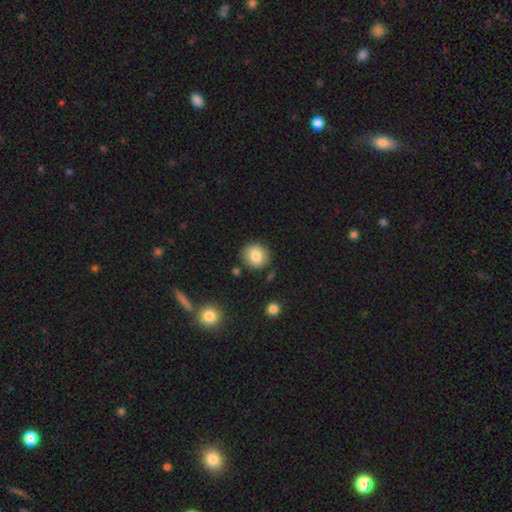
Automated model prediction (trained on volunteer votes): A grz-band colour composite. It shows a smooth galaxy with no disk features (84%) that is round (79%). Merging: none (82%).